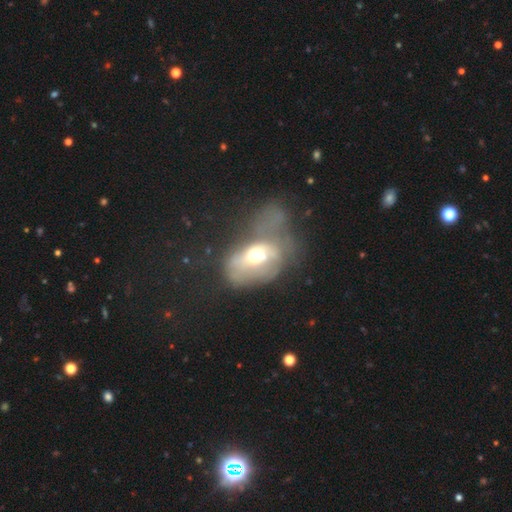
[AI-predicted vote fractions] Smooth or featured: featured or disk — 45% (smooth — 43%)
Merging: major disturbance — 57% (minor disturbance — 19%)